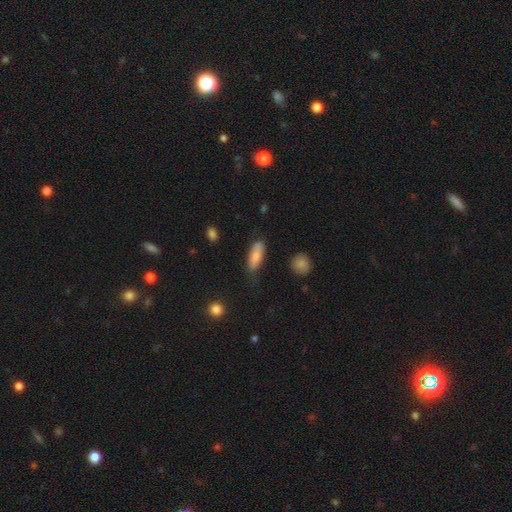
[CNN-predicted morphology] Smooth or featured?
  - smooth: 81% *
  - featured or disk: 13%
  - star or artifact: 7%
How rounded?
  - in between: 71% *
  - cigar-shaped: 26%
  - round: 2%
Merging?
  - none: 60% *
  - minor disturbance: 28%
  - major disturbance: 9%
  - merger: 4%